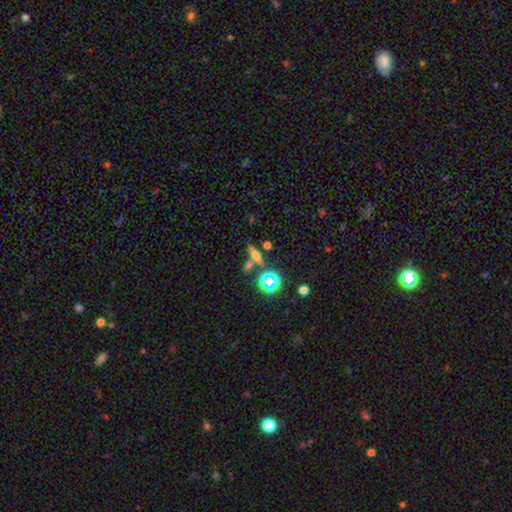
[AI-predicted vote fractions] Smooth or featured? Predicted: smooth (p=0.43). Merging? Predicted: none (p=0.70).